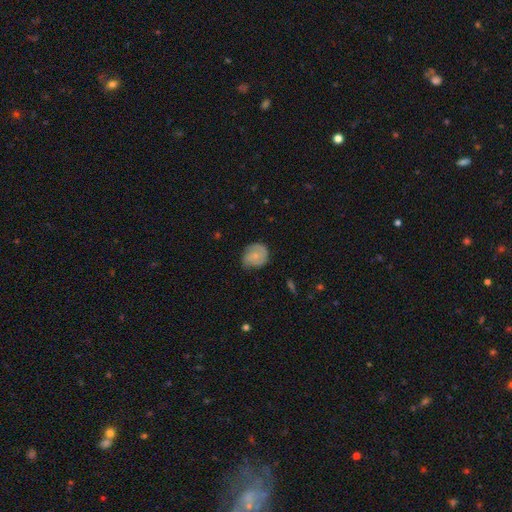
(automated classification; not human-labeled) smooth_or_featured: smooth (p=0.54) [alt: featured or disk p=0.38]
how_rounded: round (p=0.74) [alt: in between p=0.25]
merging: none (p=0.62) [alt: minor disturbance p=0.29]